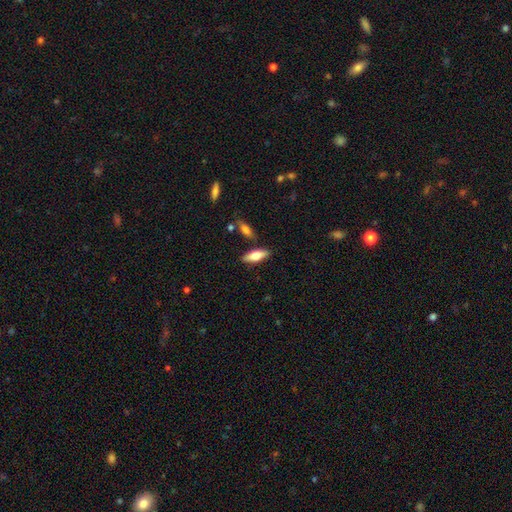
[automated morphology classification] Smooth or featured: smooth — 65% (featured or disk — 29%)
How rounded: in between — 63% (cigar-shaped — 34%)
Merging: none — 83% (minor disturbance — 10%)